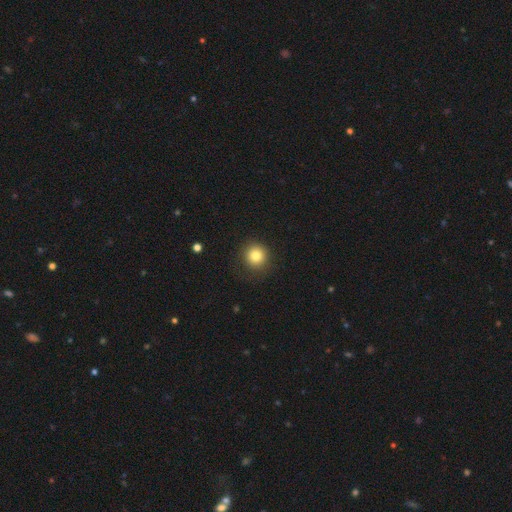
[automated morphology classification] A smooth galaxy with no disk features (82%) that is round (93%). Merging: none (86%).